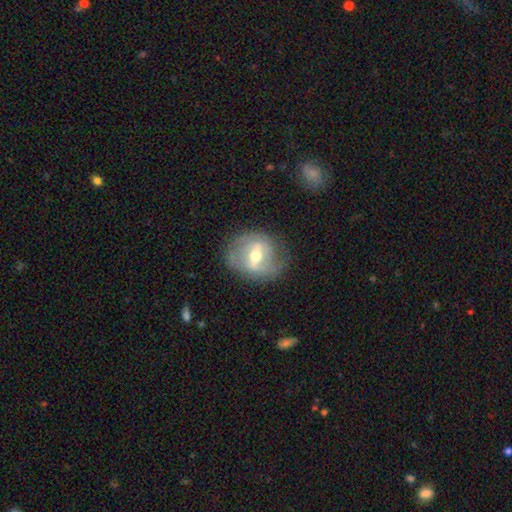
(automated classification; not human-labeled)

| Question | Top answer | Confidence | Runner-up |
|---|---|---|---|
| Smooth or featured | featured or disk | 71% | smooth (22%) |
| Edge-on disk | no | 94% | yes (6%) |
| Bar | strong | 43% | tied: weak (43%) |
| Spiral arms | yes | 68% | no (32%) |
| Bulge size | moderate | 72% | small (19%) |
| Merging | none | 70% | minor disturbance (20%) |